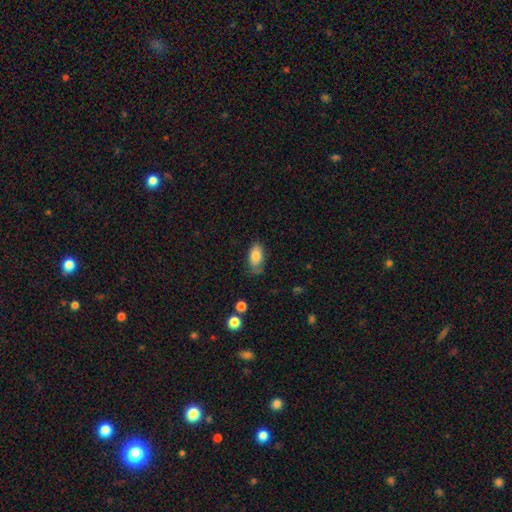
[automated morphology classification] Smooth or featured? smooth (80%)
How rounded? in between (92%)
Merging? none (64%)